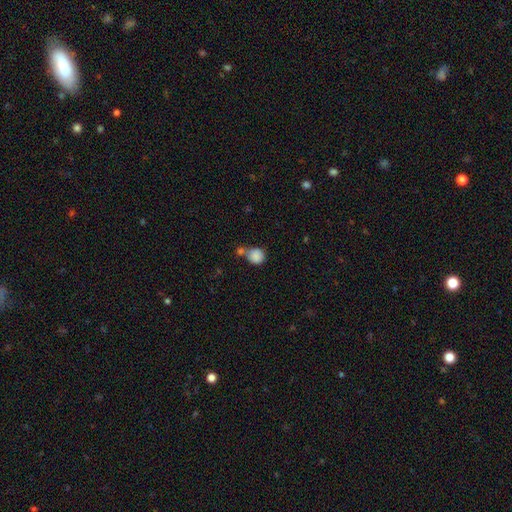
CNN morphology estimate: Smooth or featured? smooth (86%)
How rounded? round (83%)
Merging? none (46%)